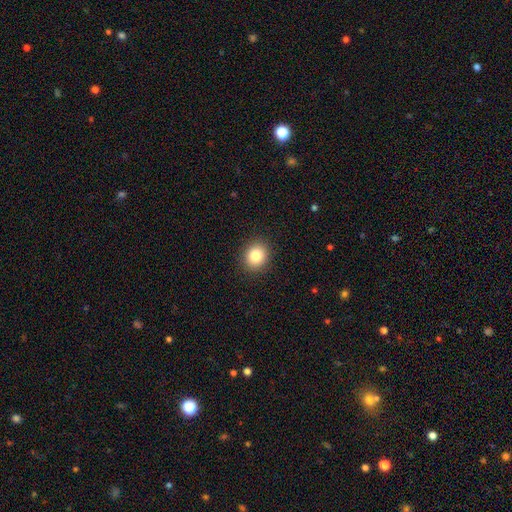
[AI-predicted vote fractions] This appears to be a smooth galaxy with no disk features (84%) that is round (70%). Merging: none (90%).